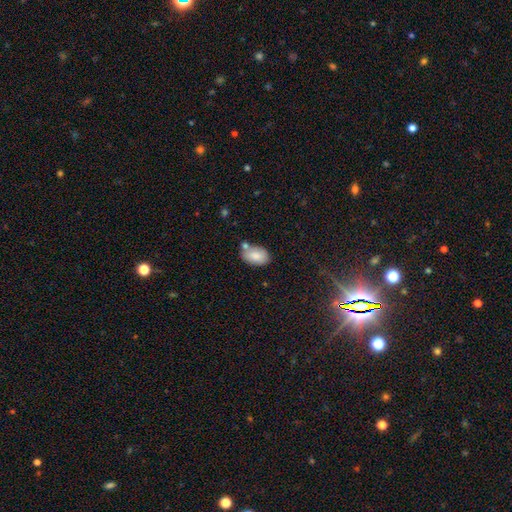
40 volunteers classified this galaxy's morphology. smooth_or_featured: smooth (p=0.80) [alt: featured or disk p=0.10]
how_rounded: in between (p=0.94) [alt: round p=0.06]
merging: none (p=0.83) [alt: minor disturbance p=0.08]